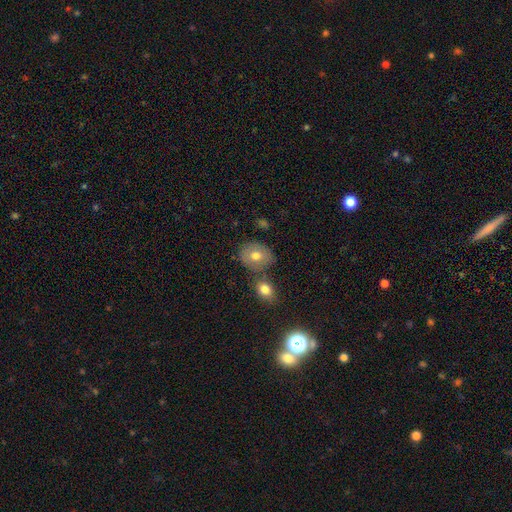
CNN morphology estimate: Q: Smooth or featured?
A: smooth (72%); runner-up: featured or disk (20%)
Q: How rounded?
A: round (58%); runner-up: in between (41%)
Q: Merging?
A: none (61%); runner-up: merger (20%)